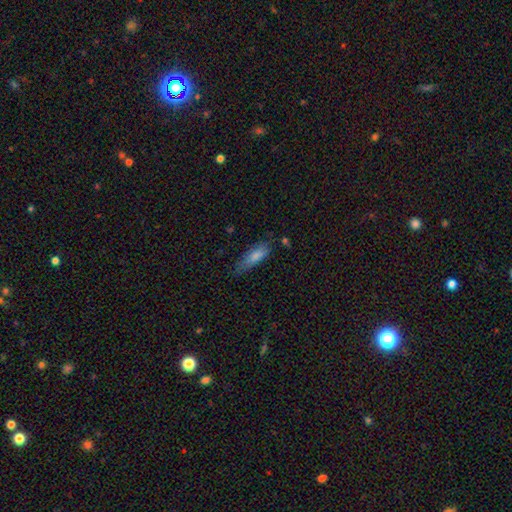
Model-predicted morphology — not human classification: The model was most divided on "how rounded": in between: 51%, cigar-shaped: 47%, round: 2%. More confident: smooth or featured — smooth (79%); merging — none (54%).